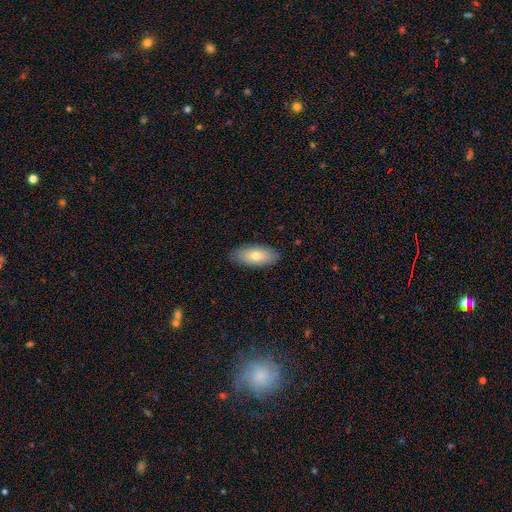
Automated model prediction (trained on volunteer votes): This appears to be a smooth galaxy with no disk features (73%) that is in between round and cigar-shaped (88%). Merging: none (88%).